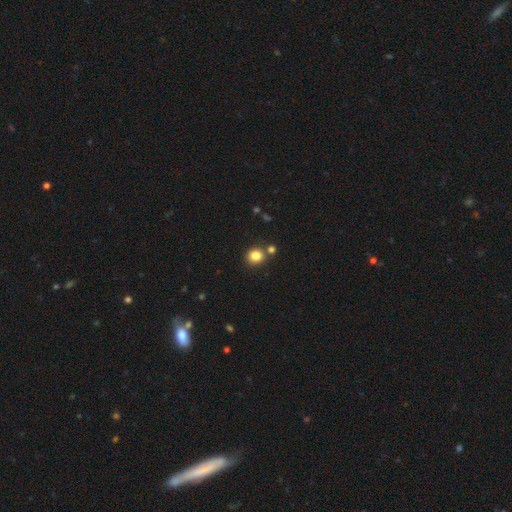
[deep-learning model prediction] This is clearly a smooth galaxy (83%). How rounded: clearly round (85%). Merging: likely none (76%).